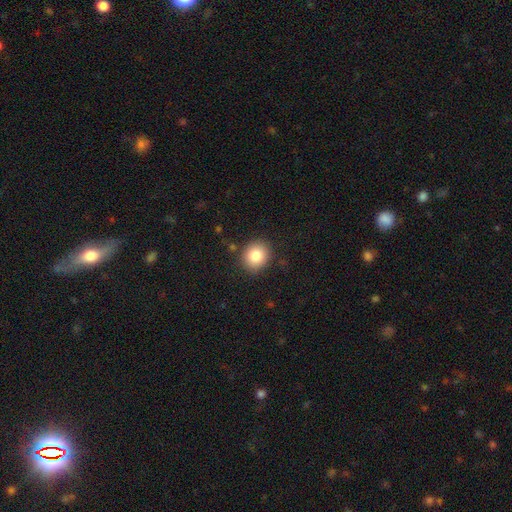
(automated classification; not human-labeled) smooth 83%, star or artifact 9%, featured or disk 8%. Down the decision tree: how rounded — round (79%); merging — none (88%).